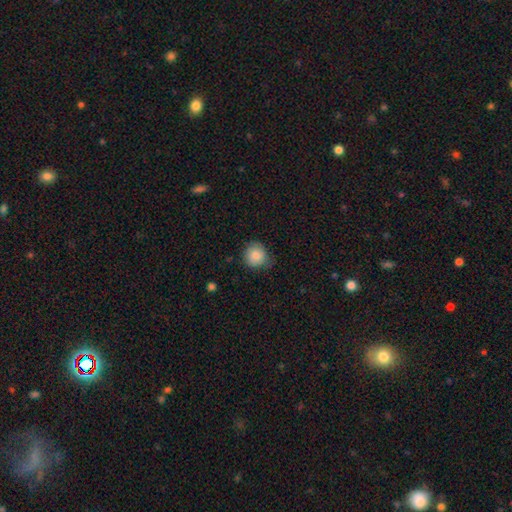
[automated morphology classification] Smooth or featured?
  - smooth: 85% *
  - star or artifact: 8%
  - featured or disk: 7%
How rounded?
  - round: 86% *
  - in between: 13%
  - cigar-shaped: 1%
Merging?
  - none: 69% *
  - minor disturbance: 25%
  - major disturbance: 5%
  - merger: 1%